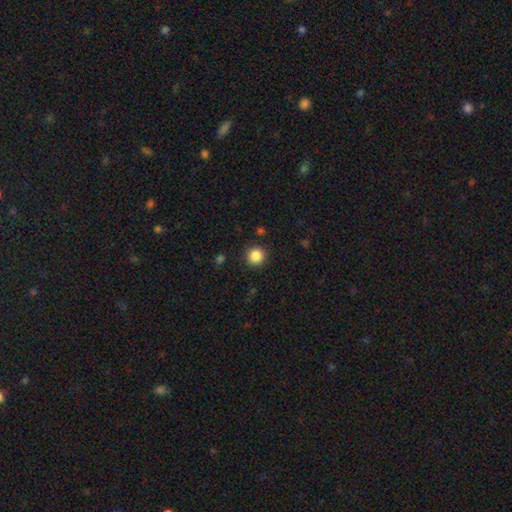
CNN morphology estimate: Smooth or featured? Predicted: smooth (p=0.86). How rounded? Predicted: round (p=0.94). Merging? Predicted: none (p=0.91).